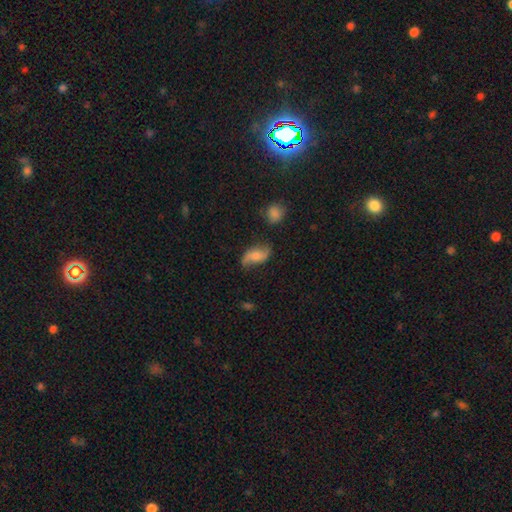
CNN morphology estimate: Smooth or featured: featured or disk — 51% (smooth — 40%)
Edge-on disk: no — 93% (yes — 7%)
Merging: none — 65% (minor disturbance — 23%)